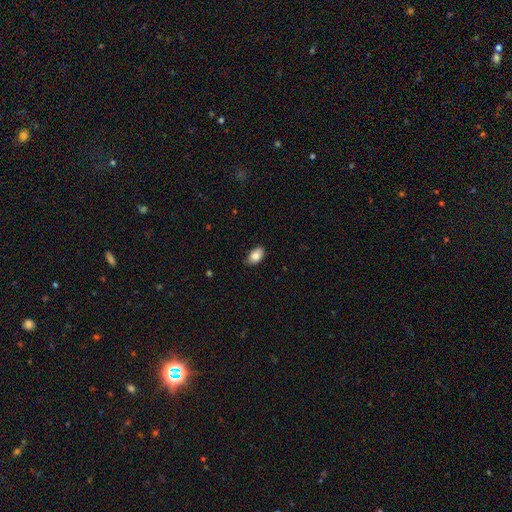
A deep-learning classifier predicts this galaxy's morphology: The model was most divided on "merging": none: 81%, minor disturbance: 16%, major disturbance: 2%, merger: 1%. More confident: how rounded — in between (91%); smooth or featured — smooth (86%).